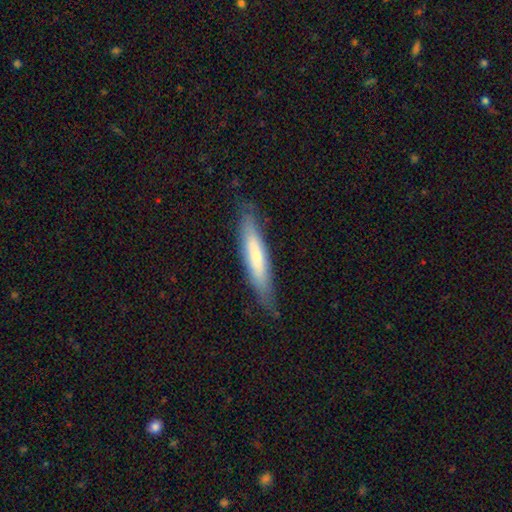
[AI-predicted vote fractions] Smooth or featured? smooth (62%)
How rounded? cigar-shaped (88%)
Merging? none (82%)